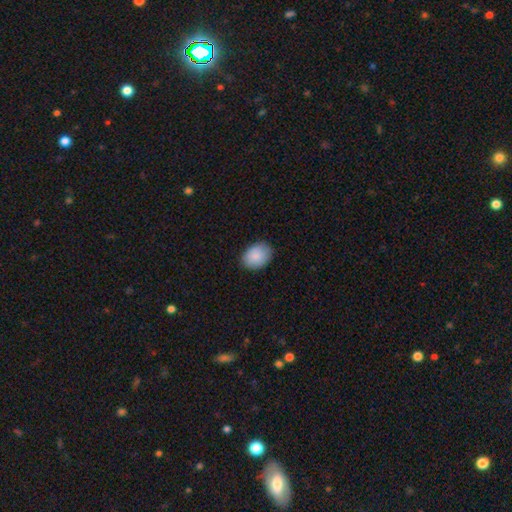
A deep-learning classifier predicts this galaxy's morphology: Smooth or featured: smooth — 89% (star or artifact — 6%)
How rounded: in between — 72% (round — 27%)
Merging: none — 84% (minor disturbance — 12%)